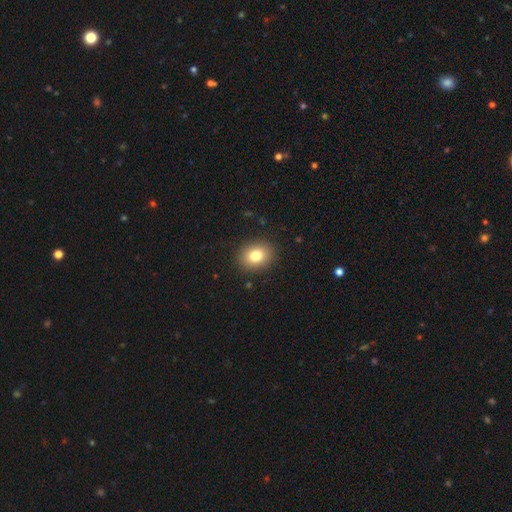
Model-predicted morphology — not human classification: This appears to be a smooth galaxy with no disk features (80%) that is round (54%). Merging: none (89%).